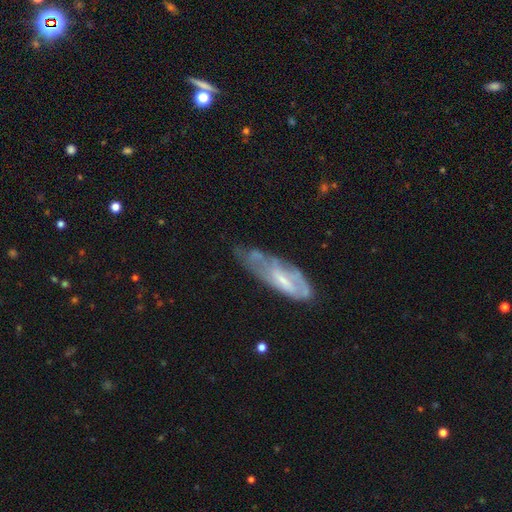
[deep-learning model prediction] Smooth or featured: featured or disk — 58% (smooth — 35%)
Edge-on disk: no — 79% (yes — 21%)
Merging: none — 36% (tied with minor disturbance — 36%)